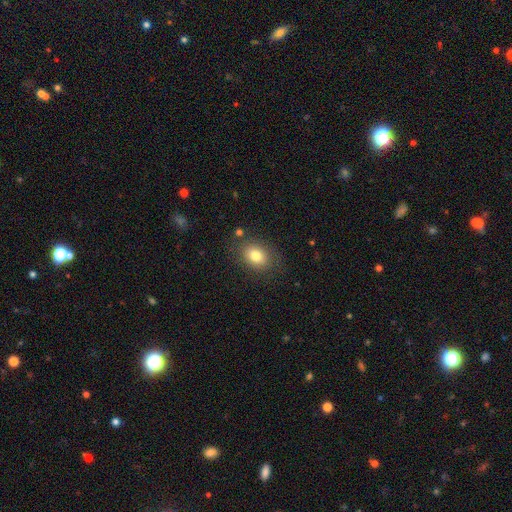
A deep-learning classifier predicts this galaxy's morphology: Q: Smooth or featured?
A: smooth (79%); runner-up: featured or disk (11%)
Q: How rounded?
A: in between (66%); runner-up: round (33%)
Q: Merging?
A: none (81%); runner-up: minor disturbance (12%)